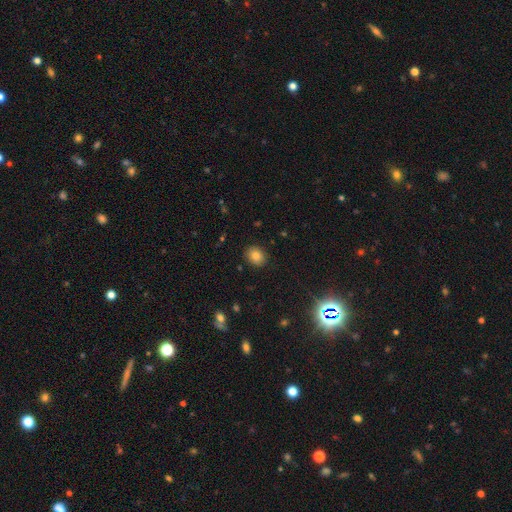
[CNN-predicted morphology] Overall: smooth (81%). How rounded: round (63%; in between 36%). Merging: none (89%).